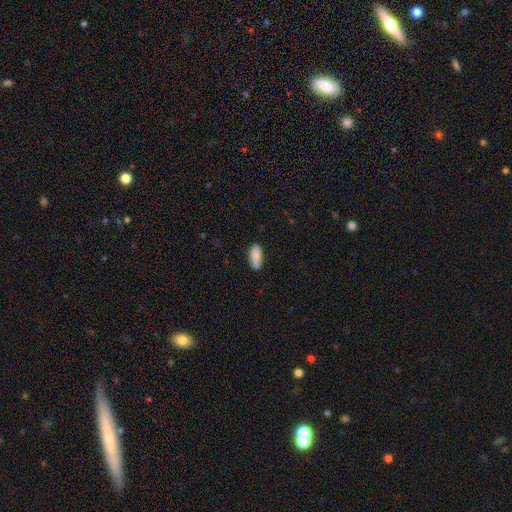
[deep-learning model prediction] This is clearly a smooth galaxy (86%). How rounded: clearly in between (84%). Merging: likely none (72%).